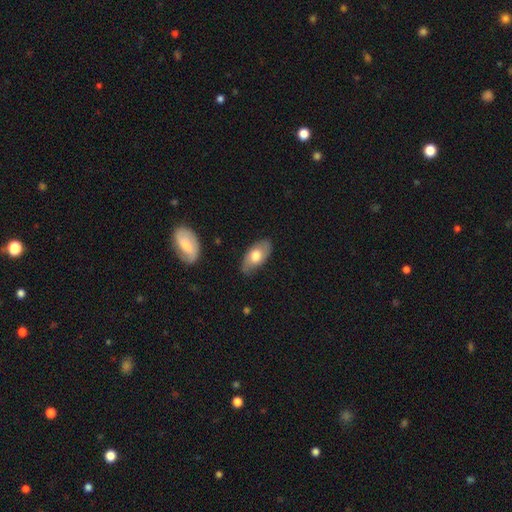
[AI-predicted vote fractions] Smooth or featured?
  - smooth: 65% *
  - featured or disk: 30%
  - star or artifact: 6%
How rounded?
  - in between: 92% *
  - cigar-shaped: 4%
  - round: 4%
Merging?
  - none: 76% *
  - minor disturbance: 19%
  - major disturbance: 4%
  - merger: 1%